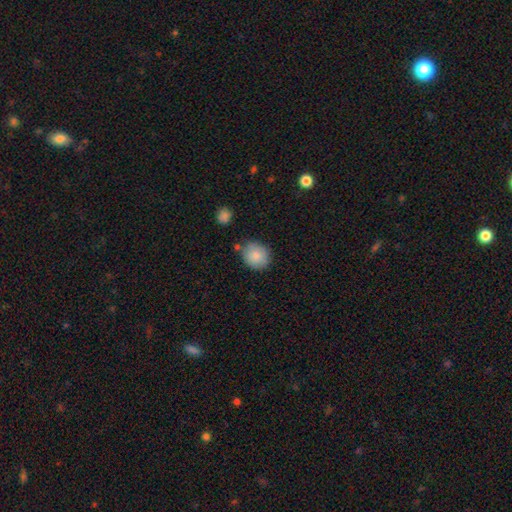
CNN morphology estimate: The model was most divided on "how rounded": round: 74%, in between: 25%, cigar-shaped: 1%. More confident: smooth or featured — smooth (86%); merging — none (78%).